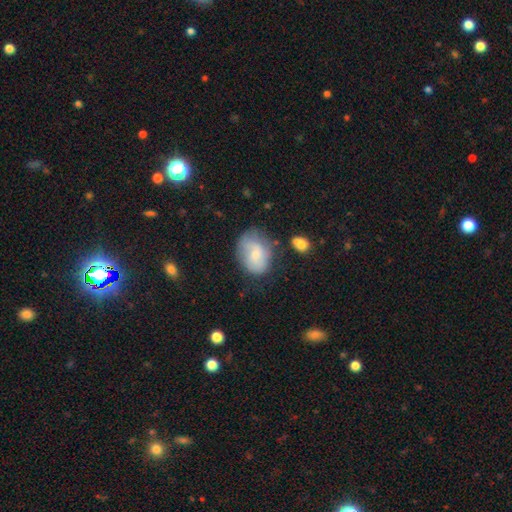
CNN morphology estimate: Smooth or featured? smooth (63%)
How rounded? in between (66%)
Merging? none (51%)